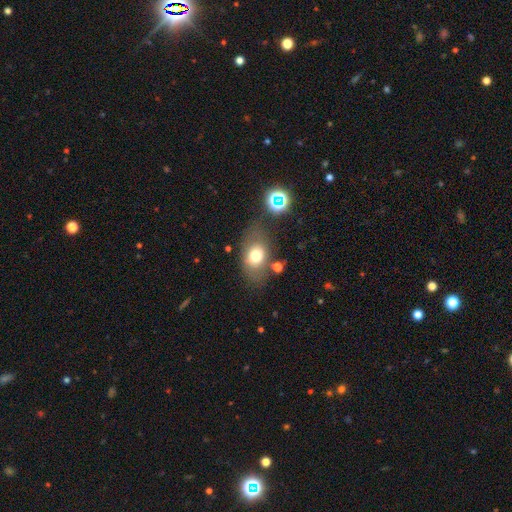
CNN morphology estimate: A smooth galaxy with no disk features (71%) that is in between round and cigar-shaped (76%). Merging: none (65%).